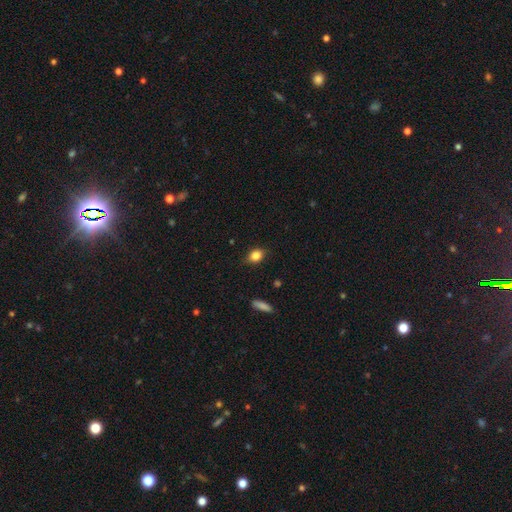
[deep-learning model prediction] smooth 84%, star or artifact 10%, featured or disk 7%. Down the decision tree: how rounded — in between (58%); merging — none (80%).